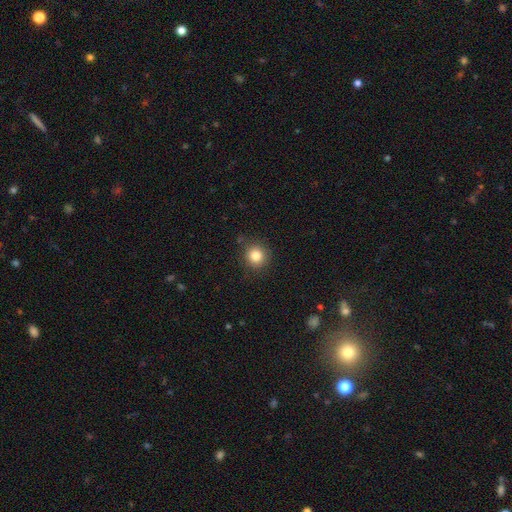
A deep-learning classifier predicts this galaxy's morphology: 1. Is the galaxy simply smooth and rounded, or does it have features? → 83% smooth, 11% star or artifact, 6% featured or disk.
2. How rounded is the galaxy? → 92% round, 8% in between, 1% cigar-shaped.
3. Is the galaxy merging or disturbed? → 86% none, 9% minor disturbance, 3% major disturbance, 2% merger.